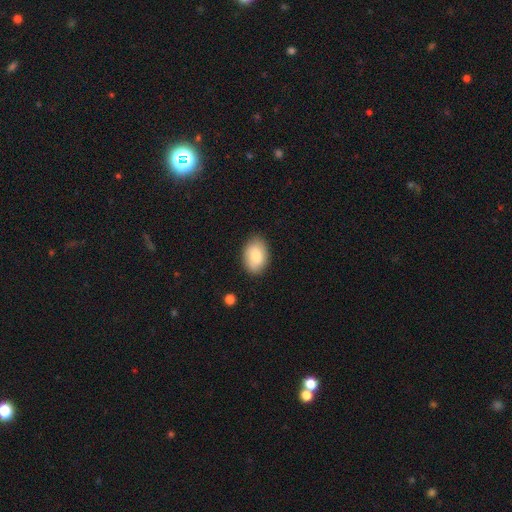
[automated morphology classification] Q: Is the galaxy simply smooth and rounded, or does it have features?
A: smooth — 78%.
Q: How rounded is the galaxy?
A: in between — 86%.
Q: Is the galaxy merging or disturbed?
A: none — 84%.